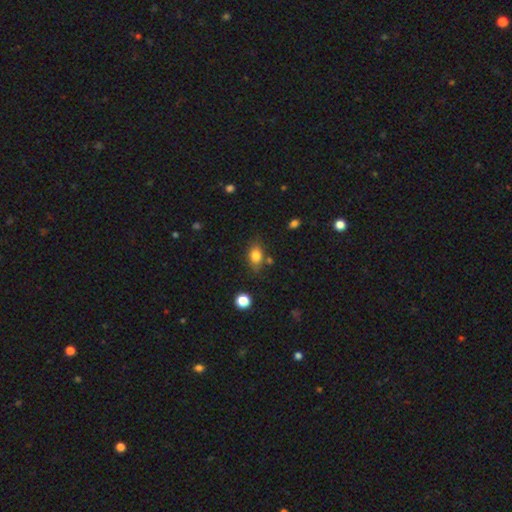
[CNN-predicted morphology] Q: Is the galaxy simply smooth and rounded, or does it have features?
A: smooth — 81%.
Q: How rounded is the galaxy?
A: in between — 73%.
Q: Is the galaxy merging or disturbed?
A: none — 72%.